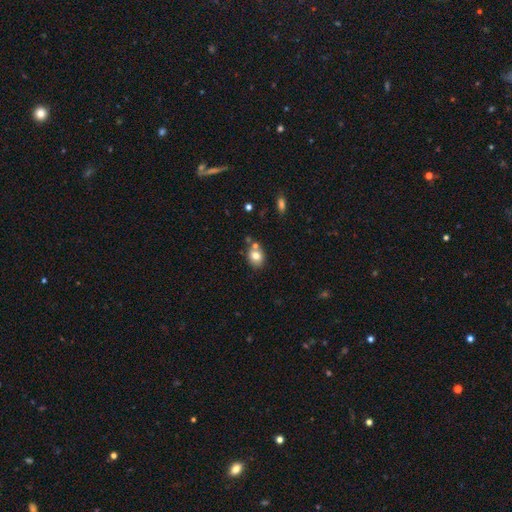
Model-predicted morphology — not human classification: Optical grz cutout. It shows a smooth galaxy with no disk features (76%) that is round (57%). Merging: none (64%).